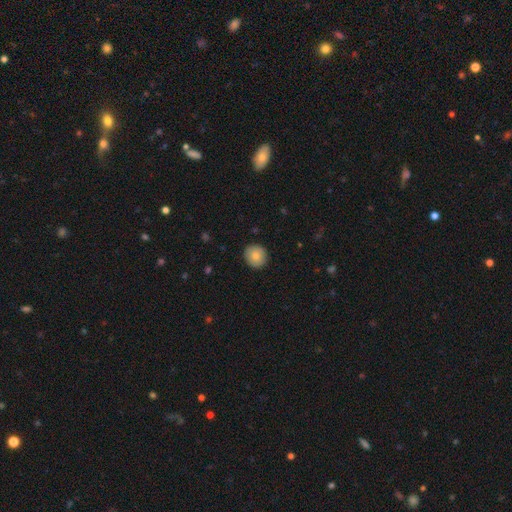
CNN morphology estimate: A smooth galaxy with no disk features (80%) that is round (90%). Merging: none (90%).